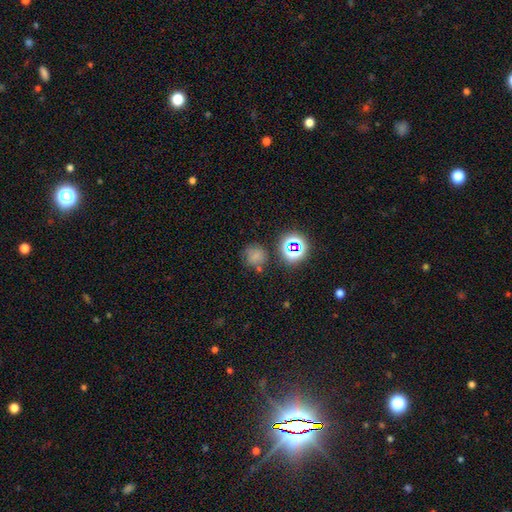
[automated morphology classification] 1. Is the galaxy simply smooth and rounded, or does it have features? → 65% smooth, 26% star or artifact, 9% featured or disk.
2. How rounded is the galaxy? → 86% round, 13% in between, 1% cigar-shaped.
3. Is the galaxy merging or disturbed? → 70% none, 15% minor disturbance, 9% merger, 6% major disturbance.